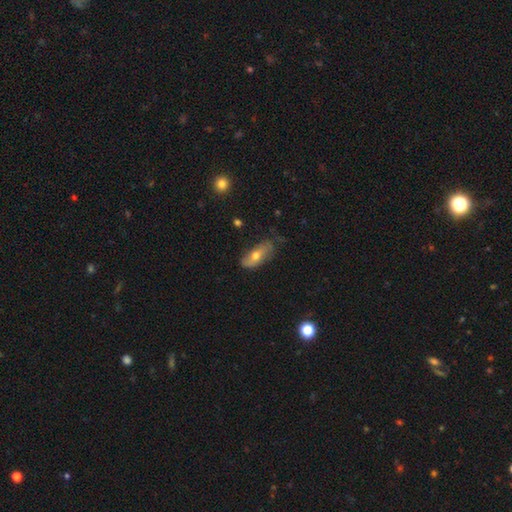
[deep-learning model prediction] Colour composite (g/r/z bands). It shows a smooth galaxy with no disk features (57%) that is in between round and cigar-shaped (76%). Merging: none (58%).